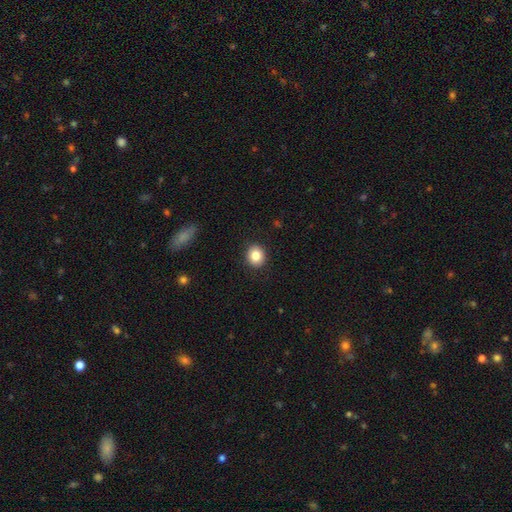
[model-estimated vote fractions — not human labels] Smooth or featured? Predicted: smooth (p=0.84). How rounded? Predicted: round (p=0.71). Merging? Predicted: none (p=0.90).